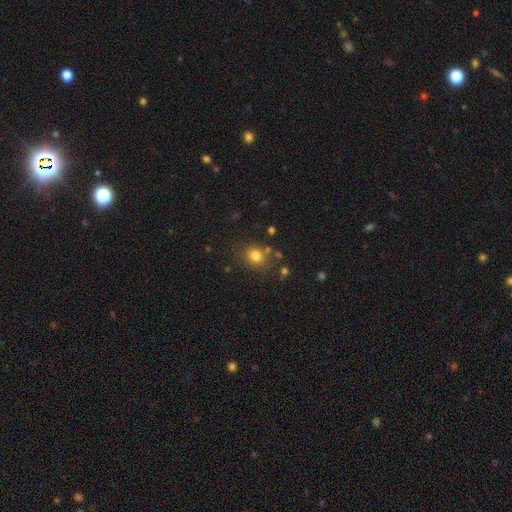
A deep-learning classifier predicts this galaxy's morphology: type=smooth (79%); roundness=round (75%); merging=none (76%).